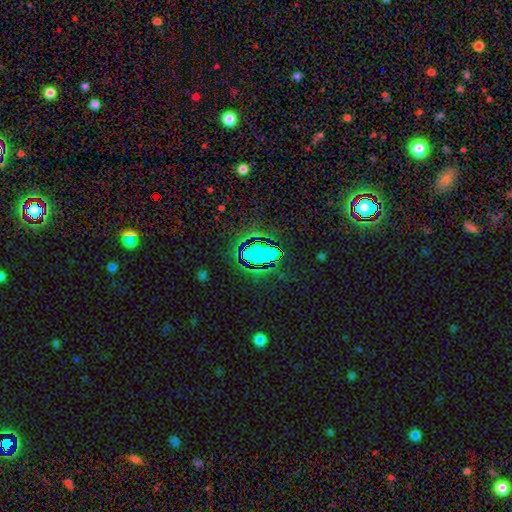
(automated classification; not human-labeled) The model was most divided on "smooth or featured": star or artifact: 76%, smooth: 14%, featured or disk: 10%.